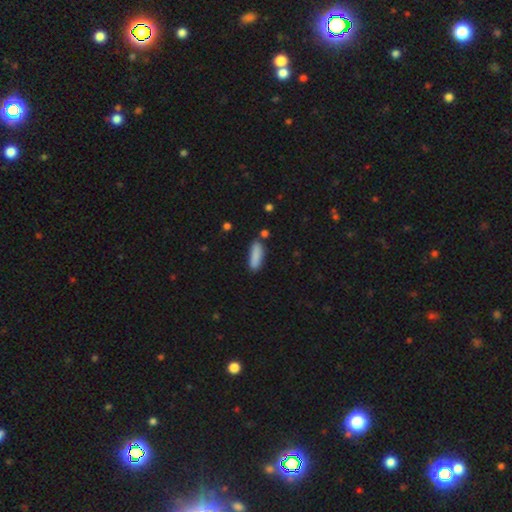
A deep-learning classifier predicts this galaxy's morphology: smooth_or_featured: smooth (p=0.87) [alt: star or artifact p=0.07]
how_rounded: cigar-shaped (p=0.53) [alt: in between p=0.45]
merging: none (p=0.77) [alt: minor disturbance p=0.15]